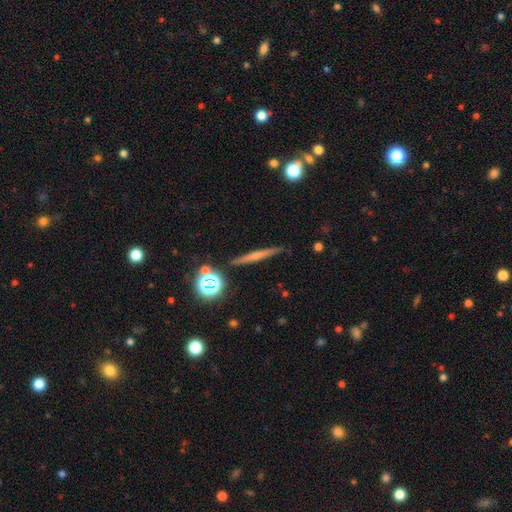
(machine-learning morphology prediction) Smooth or featured? featured or disk (45%)
Merging? none (88%)